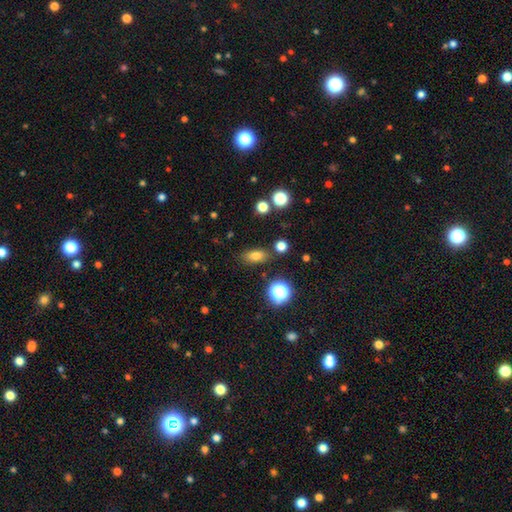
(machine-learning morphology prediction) type=smooth (78%); roundness=in between (79%); merging=none (81%).